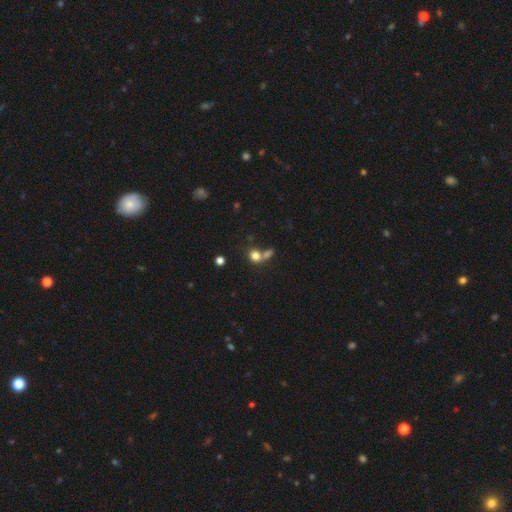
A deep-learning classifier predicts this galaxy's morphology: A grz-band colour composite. It shows a smooth galaxy with no disk features (78%) that is round (67%). Merging: merger (44%).